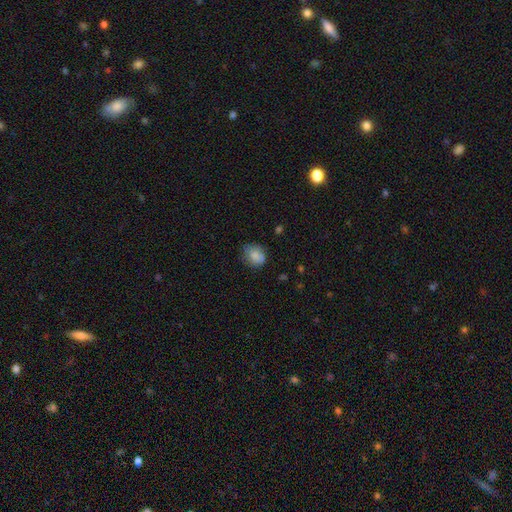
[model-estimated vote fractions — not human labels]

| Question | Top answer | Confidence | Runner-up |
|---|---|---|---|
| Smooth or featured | smooth | 79% | featured or disk (12%) |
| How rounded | round | 61% | in between (38%) |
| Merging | none | 65% | minor disturbance (26%) |